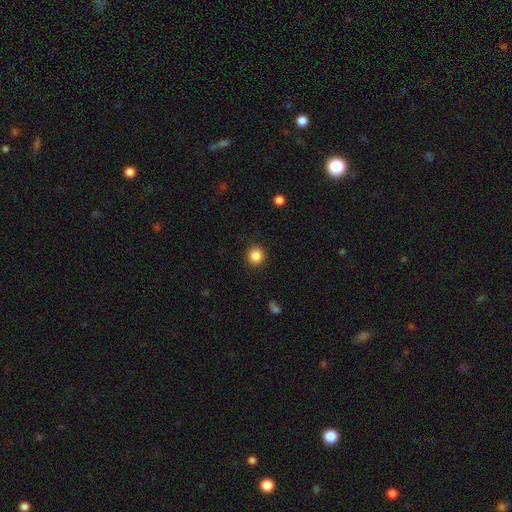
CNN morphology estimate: smooth-or-featured: smooth: 86% | star or artifact: 11% | featured or disk: 4%
  how-rounded: round: 93% | in between: 6% | cigar-shaped: 1%
  merging: none: 91% | minor disturbance: 6% | major disturbance: 2% | merger: 1%